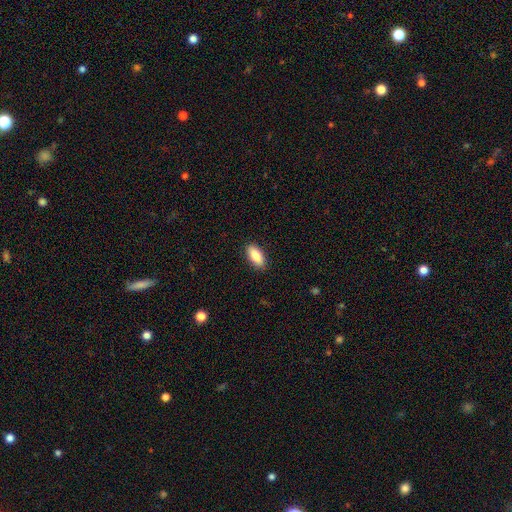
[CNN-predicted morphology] Smooth or featured?
  - smooth: 88% *
  - star or artifact: 6%
  - featured or disk: 6%
How rounded?
  - in between: 90% *
  - cigar-shaped: 8%
  - round: 2%
Merging?
  - none: 89% *
  - minor disturbance: 8%
  - major disturbance: 2%
  - merger: 1%